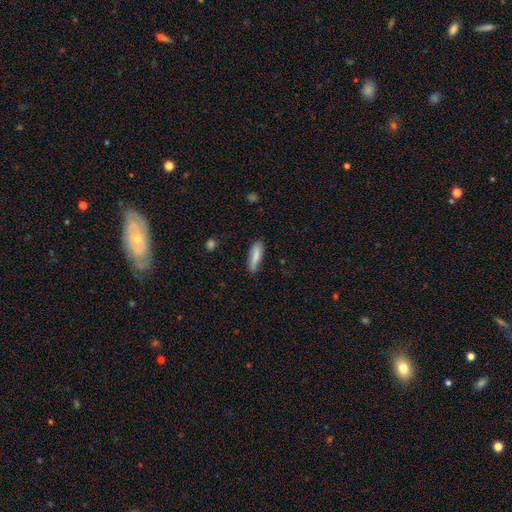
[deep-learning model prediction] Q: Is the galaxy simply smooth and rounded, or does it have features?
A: smooth — 80%.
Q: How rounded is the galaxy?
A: cigar-shaped — 56%.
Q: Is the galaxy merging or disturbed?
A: none — 68%.